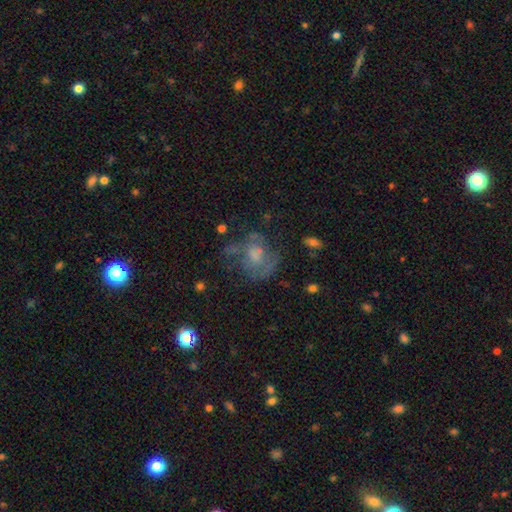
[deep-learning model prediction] featured or disk 48%, smooth 38%, star or artifact 14%. Down the decision tree: merging — none (40%).